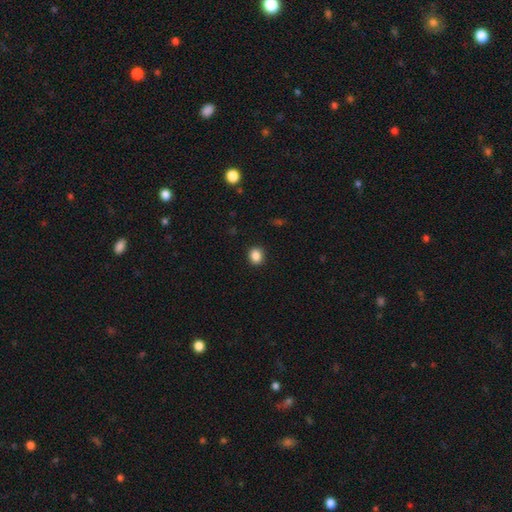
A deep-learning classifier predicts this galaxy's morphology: smooth 87%, star or artifact 10%, featured or disk 3%. Down the decision tree: how rounded — round (73%); merging — none (91%).